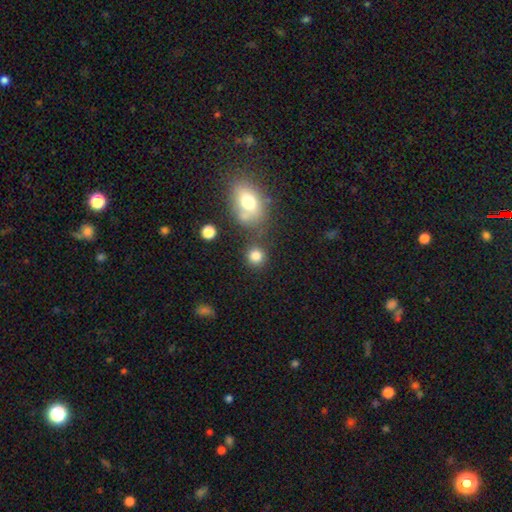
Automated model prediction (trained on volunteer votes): This appears to be a smooth galaxy with no disk features (81%) that is round (87%). Merging: none (76%).